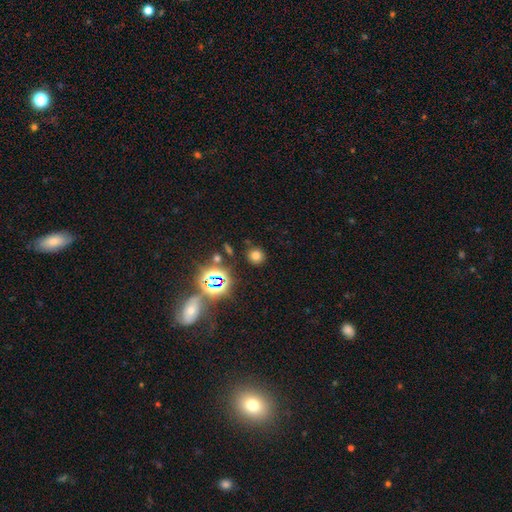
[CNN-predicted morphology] Smooth or featured? Predicted: smooth (p=0.68). How rounded? Predicted: round (p=0.86). Merging? Predicted: none (p=0.85).